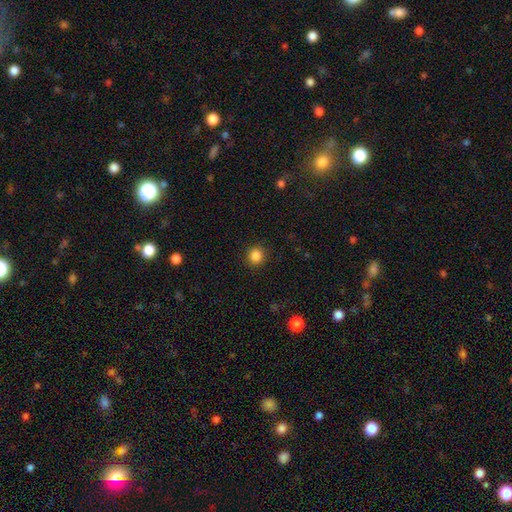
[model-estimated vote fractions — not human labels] smooth-or-featured: smooth: 85% | star or artifact: 11% | featured or disk: 3%
  how-rounded: round: 91% | in between: 8% | cigar-shaped: 1%
  merging: none: 91% | minor disturbance: 6% | major disturbance: 2% | merger: 1%